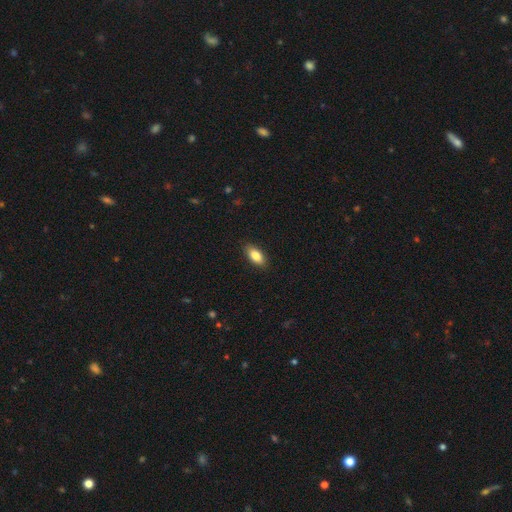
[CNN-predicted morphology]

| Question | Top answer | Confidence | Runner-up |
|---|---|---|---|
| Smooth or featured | smooth | 84% | featured or disk (9%) |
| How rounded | in between | 90% | cigar-shaped (7%) |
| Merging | none | 88% | minor disturbance (9%) |